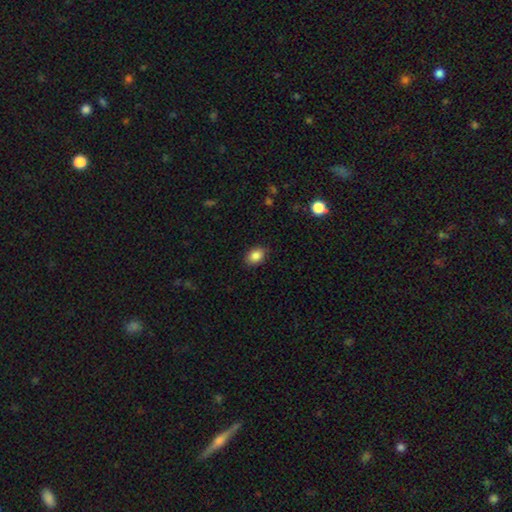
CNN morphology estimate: smooth-or-featured: smooth: 86% | star or artifact: 8% | featured or disk: 5%
  how-rounded: in between: 78% | round: 21% | cigar-shaped: 1%
  merging: none: 86% | minor disturbance: 11% | major disturbance: 2% | merger: 1%